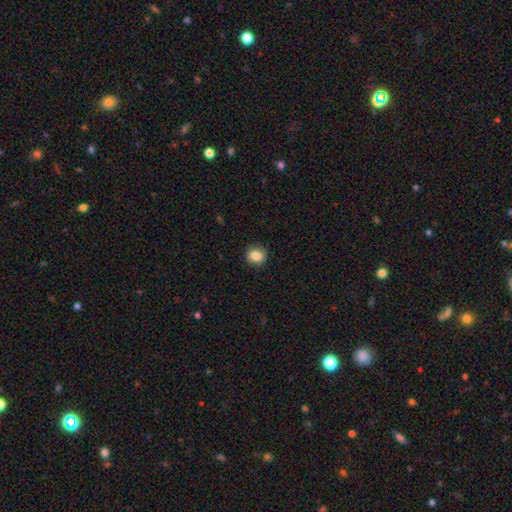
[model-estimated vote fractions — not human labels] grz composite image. It shows a smooth galaxy with no disk features (85%) that is round (73%). Merging: none (87%).